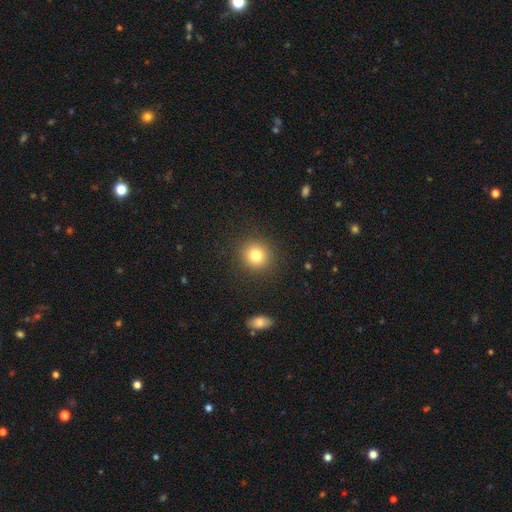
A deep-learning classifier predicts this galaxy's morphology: Smooth or featured?
  - smooth: 81% *
  - star or artifact: 11%
  - featured or disk: 8%
How rounded?
  - round: 90% *
  - in between: 9%
  - cigar-shaped: 1%
Merging?
  - none: 90% *
  - minor disturbance: 6%
  - major disturbance: 3%
  - merger: 1%